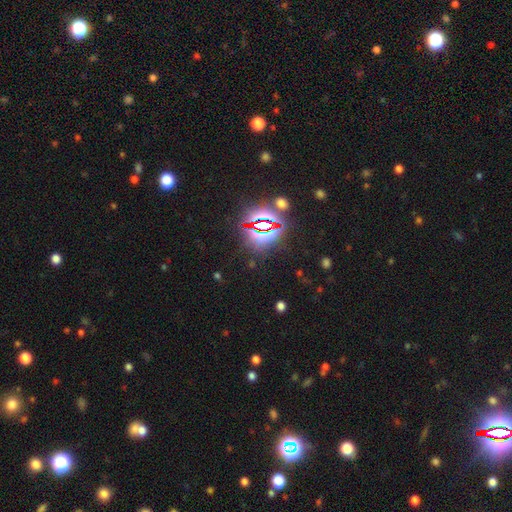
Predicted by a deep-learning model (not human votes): Overall: star or artifact (83%).